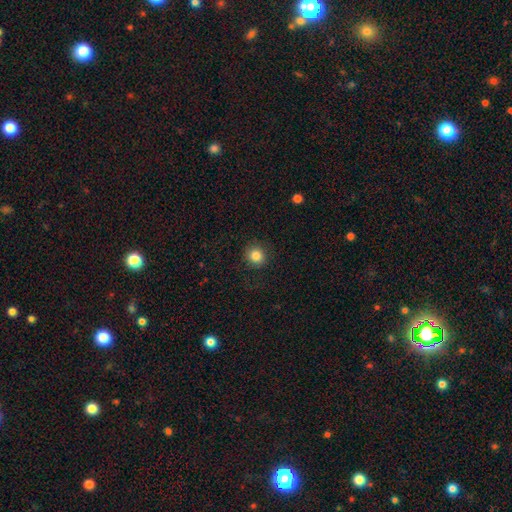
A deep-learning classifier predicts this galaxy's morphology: Overall: smooth (85%). How rounded: round (88%). Merging: none (88%).